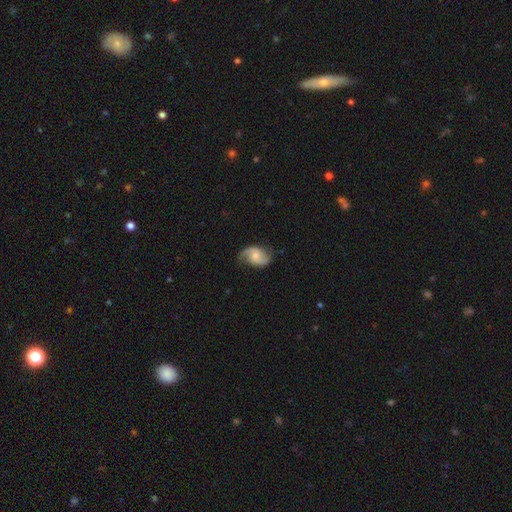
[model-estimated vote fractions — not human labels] Q: Smooth or featured?
A: featured or disk (77%); runner-up: smooth (17%)
Q: Edge-on disk?
A: no (97%); runner-up: yes (3%)
Q: Bar?
A: no (57%); runner-up: weak (36%)
Q: Spiral arms?
A: yes (96%); runner-up: no (4%)
Q: Spiral winding?
A: loose (45%); runner-up: medium (41%)
Q: Spiral arm count?
A: 2 (86%); runner-up: 1 (7%)
Q: Bulge size?
A: small (43%); runner-up: moderate (42%)
Q: Merging?
A: none (70%); runner-up: minor disturbance (20%)